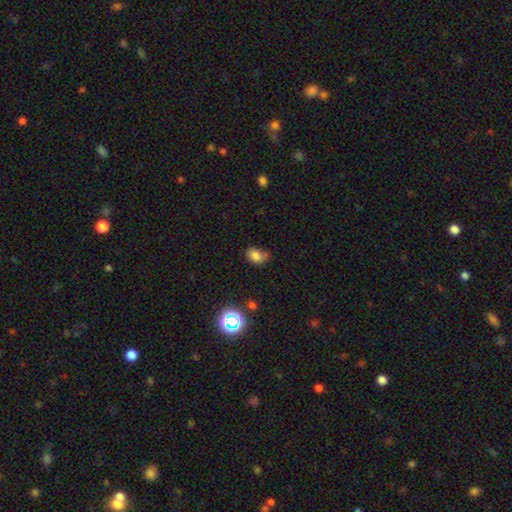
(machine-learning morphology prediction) The model was most divided on "merging": none: 56%, minor disturbance: 27%, merger: 10%, major disturbance: 7%. More confident: smooth or featured — smooth (75%); how rounded — in between (72%).